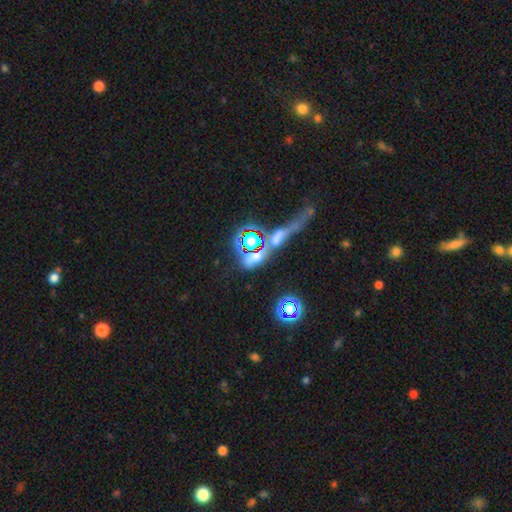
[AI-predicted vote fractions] smooth_or_featured: star or artifact (p=0.62) [alt: smooth p=0.22]